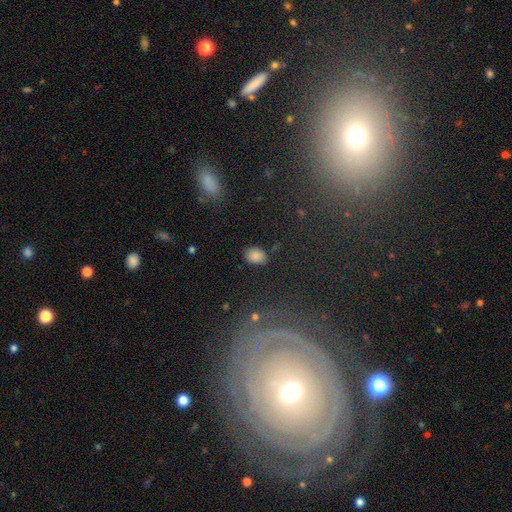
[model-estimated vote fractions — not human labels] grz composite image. It shows a smooth galaxy with no disk features (82%) that is in between round and cigar-shaped (71%). Merging: none (78%).